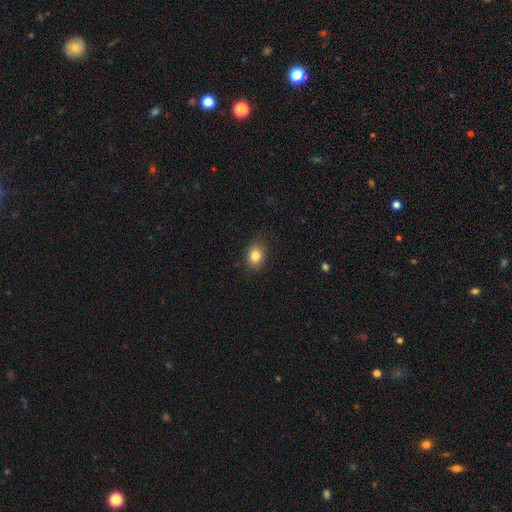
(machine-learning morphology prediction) Smooth or featured?
  - smooth: 82% *
  - star or artifact: 10%
  - featured or disk: 8%
How rounded?
  - in between: 63% *
  - round: 36%
  - cigar-shaped: 1%
Merging?
  - none: 85% *
  - minor disturbance: 11%
  - major disturbance: 3%
  - merger: 1%